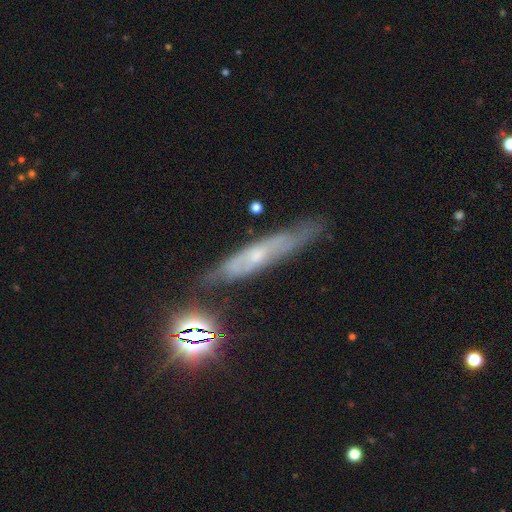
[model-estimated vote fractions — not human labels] A featured or disk galaxy (59%) viewed edge-on (56%). Merging: none (70%).